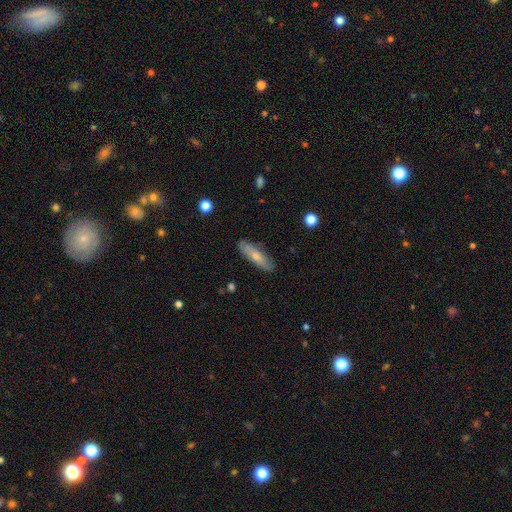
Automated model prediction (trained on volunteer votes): Smooth or featured? smooth (64%)
How rounded? cigar-shaped (63%)
Merging? none (82%)